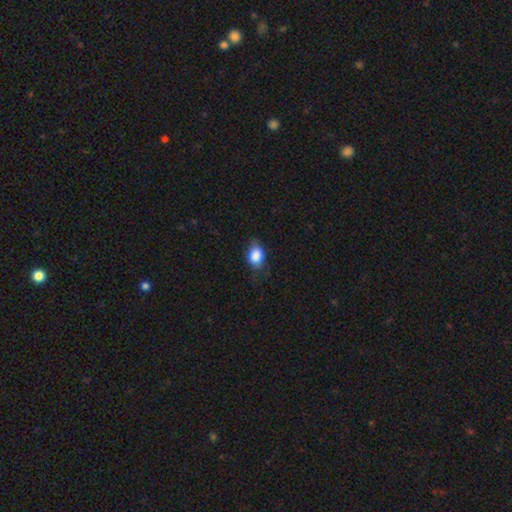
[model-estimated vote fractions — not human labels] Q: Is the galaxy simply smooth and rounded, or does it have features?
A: smooth — 86%.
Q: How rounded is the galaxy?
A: in between — 72%.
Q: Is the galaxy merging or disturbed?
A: none — 70%.